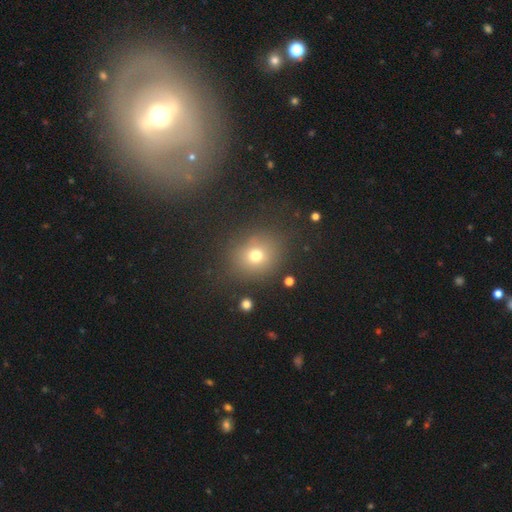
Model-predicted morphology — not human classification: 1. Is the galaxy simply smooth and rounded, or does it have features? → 72% smooth, 17% star or artifact, 11% featured or disk.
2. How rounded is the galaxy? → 74% round, 25% in between, 1% cigar-shaped.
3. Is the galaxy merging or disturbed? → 80% none, 11% minor disturbance, 6% major disturbance, 3% merger.